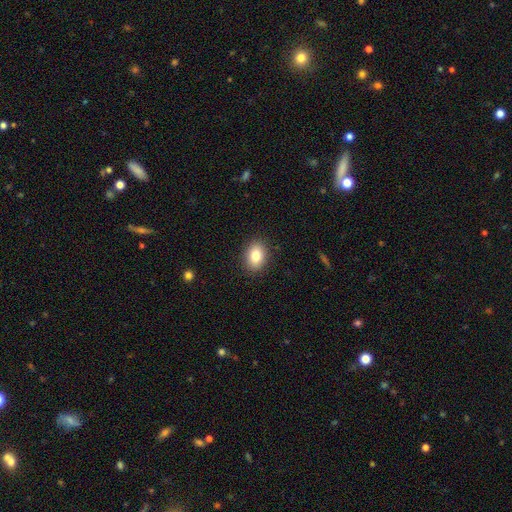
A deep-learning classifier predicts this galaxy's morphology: Smooth or featured: smooth — 83% (star or artifact — 9%)
How rounded: in between — 73% (round — 26%)
Merging: none — 89% (minor disturbance — 8%)